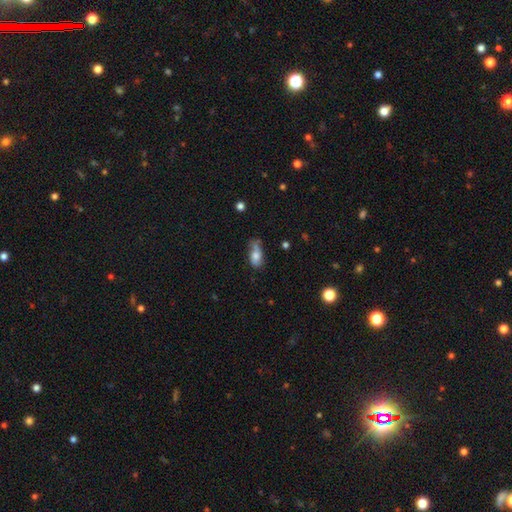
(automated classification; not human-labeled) This appears to be a smooth galaxy with no disk features (70%) that is in between round and cigar-shaped (86%). Merging: none (39%).